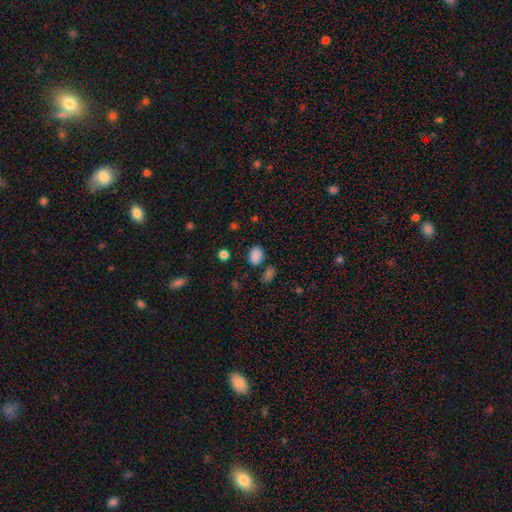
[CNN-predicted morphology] Smooth or featured? smooth (84%)
How rounded? in between (71%)
Merging? none (79%)